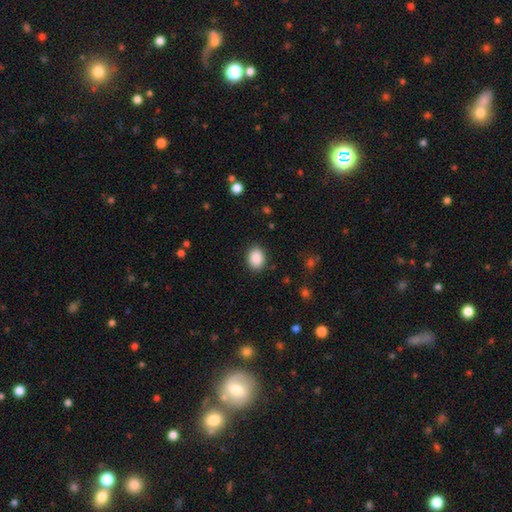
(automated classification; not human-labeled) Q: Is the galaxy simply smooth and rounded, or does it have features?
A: smooth — 89%.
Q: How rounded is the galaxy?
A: in between — 66%.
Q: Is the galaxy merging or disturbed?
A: none — 88%.